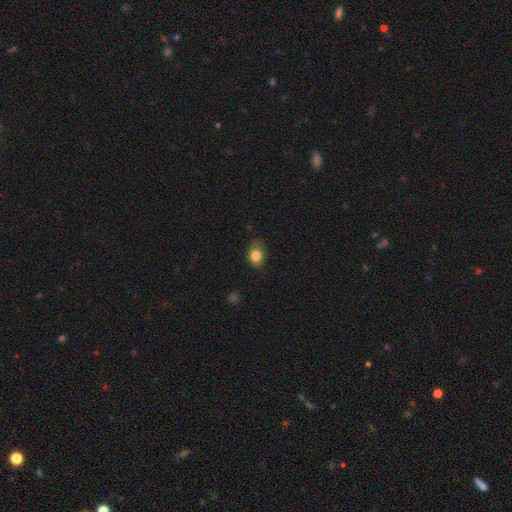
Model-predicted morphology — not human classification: Overall: smooth (82%). How rounded: in between (60%; round 39%). Merging: none (70%).